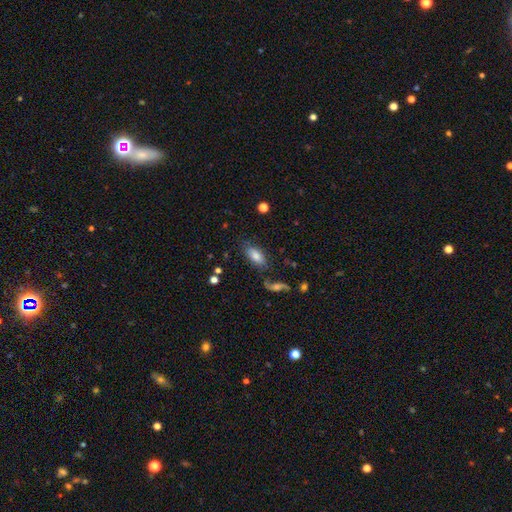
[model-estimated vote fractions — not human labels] Smooth or featured? Predicted: smooth (p=0.74). How rounded? Predicted: in between (p=0.87). Merging? Predicted: none (p=0.67).